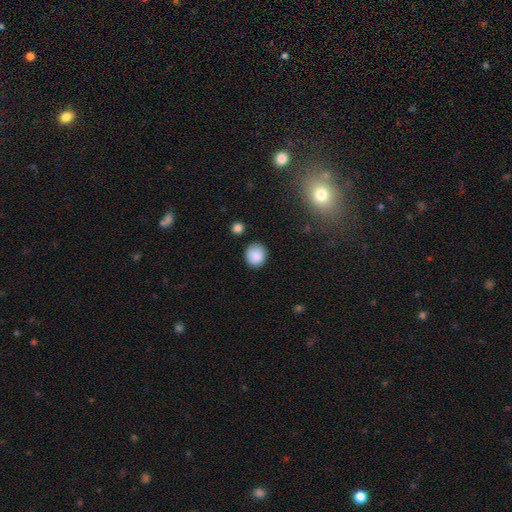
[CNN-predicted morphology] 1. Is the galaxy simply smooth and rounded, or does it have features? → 88% smooth, 9% star or artifact, 4% featured or disk.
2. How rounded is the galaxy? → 87% round, 12% in between, 1% cigar-shaped.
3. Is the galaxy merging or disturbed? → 85% none, 10% minor disturbance, 2% major disturbance, 2% merger.